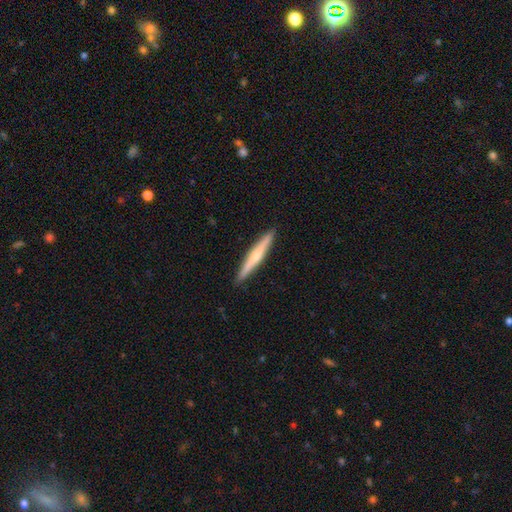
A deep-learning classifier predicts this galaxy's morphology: A featured or disk galaxy (52%) viewed edge-on (97%) with a rounded central bulge (67%). Merging: none (92%).